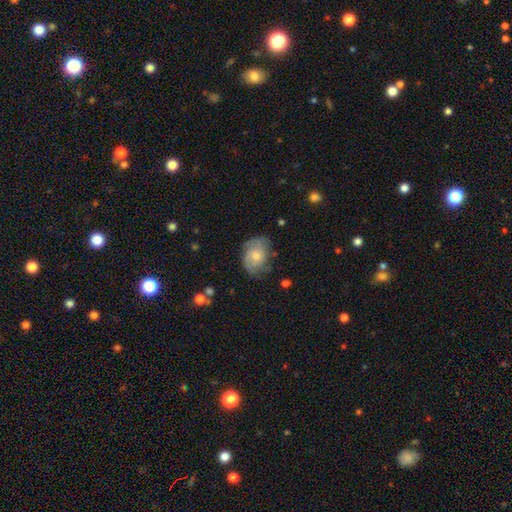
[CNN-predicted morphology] The model was most divided on "smooth or featured": featured or disk: 49%, smooth: 43%, star or artifact: 7%. More confident: merging — none (62%).